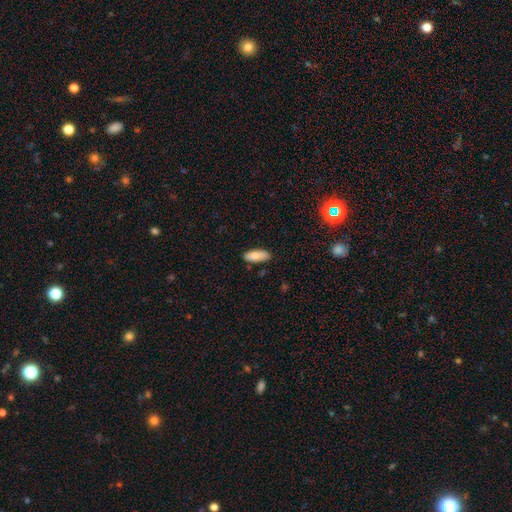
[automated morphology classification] Smooth or featured? Predicted: smooth (p=0.82). How rounded? Predicted: in between (p=0.78). Merging? Predicted: none (p=0.85).